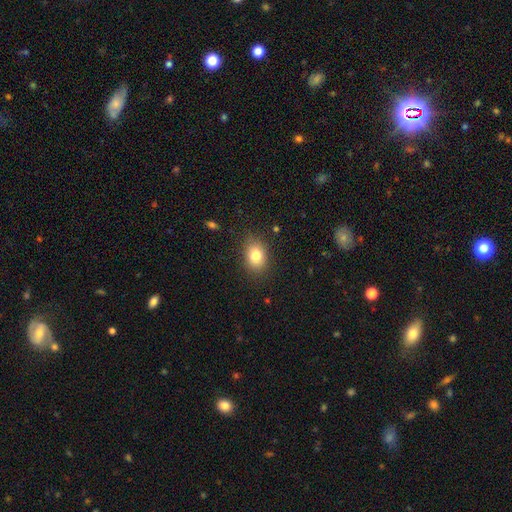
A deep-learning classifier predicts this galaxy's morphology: The model was most divided on "how rounded": in between: 66%, round: 32%, cigar-shaped: 1%. More confident: merging — none (83%); smooth or featured — smooth (80%).